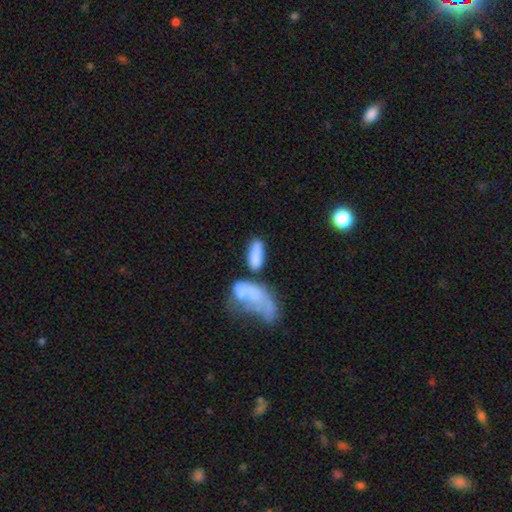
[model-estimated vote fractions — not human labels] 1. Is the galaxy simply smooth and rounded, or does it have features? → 79% smooth, 14% featured or disk, 7% star or artifact.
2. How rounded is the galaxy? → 69% in between, 28% cigar-shaped, 3% round.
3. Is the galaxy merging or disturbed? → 39% none, 32% merger, 16% minor disturbance, 13% major disturbance.